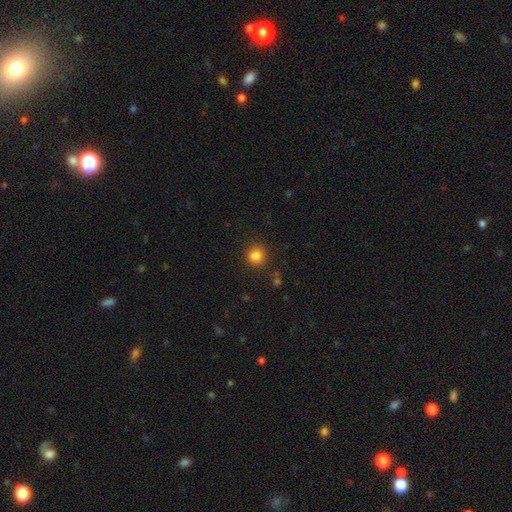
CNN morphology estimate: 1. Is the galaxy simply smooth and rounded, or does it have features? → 84% smooth, 12% star or artifact, 4% featured or disk.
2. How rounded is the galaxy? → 90% round, 10% in between, 1% cigar-shaped.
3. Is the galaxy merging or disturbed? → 86% none, 8% minor disturbance, 3% major disturbance, 2% merger.